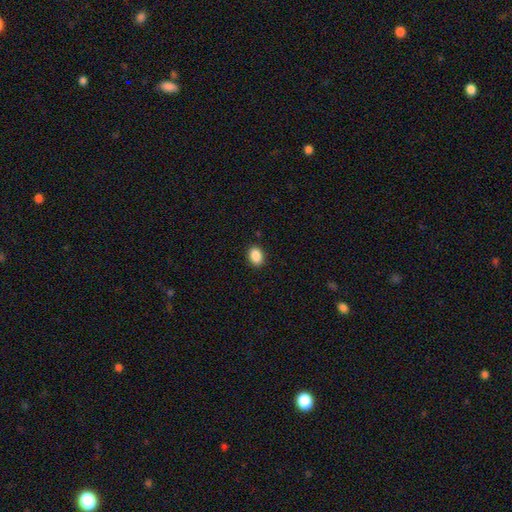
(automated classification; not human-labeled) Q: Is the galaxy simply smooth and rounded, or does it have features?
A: smooth — 89%.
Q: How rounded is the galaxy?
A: in between — 74%.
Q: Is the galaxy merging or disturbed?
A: none — 90%.